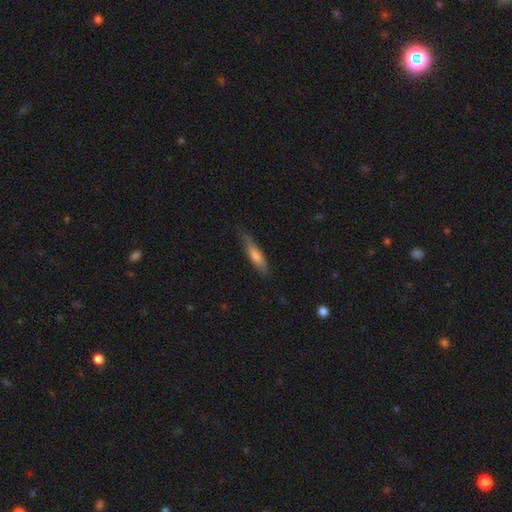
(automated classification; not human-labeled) This appears to be a smooth galaxy with no disk features (60%) that is cigar-shaped (82%). Merging: none (74%).